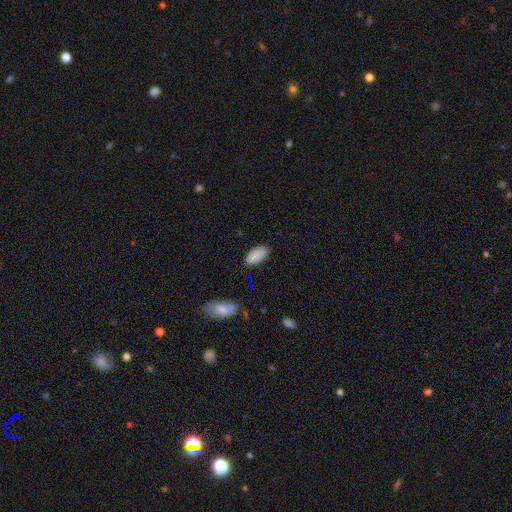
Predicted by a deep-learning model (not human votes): Smooth or featured? Predicted: smooth (p=0.84). How rounded? Predicted: in between (p=0.94). Merging? Predicted: none (p=0.78).